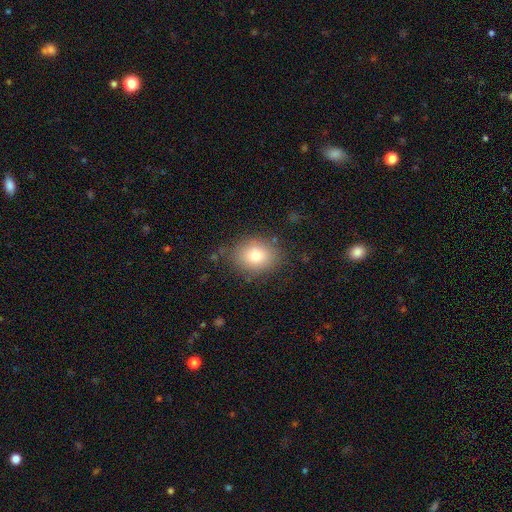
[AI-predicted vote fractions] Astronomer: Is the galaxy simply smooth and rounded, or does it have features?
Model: smooth — 78%.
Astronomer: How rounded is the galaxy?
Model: round — 53% (runner-up: in between, 46%).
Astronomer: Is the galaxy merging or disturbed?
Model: none — 82%.